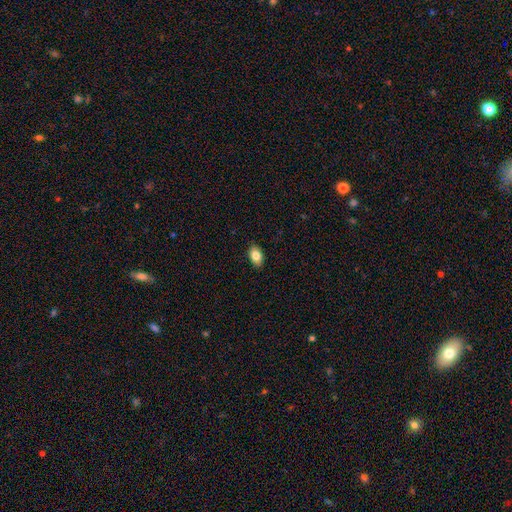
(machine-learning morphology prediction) Smooth or featured: smooth — 83% (featured or disk — 9%)
How rounded: in between — 89% (round — 9%)
Merging: none — 89% (minor disturbance — 8%)